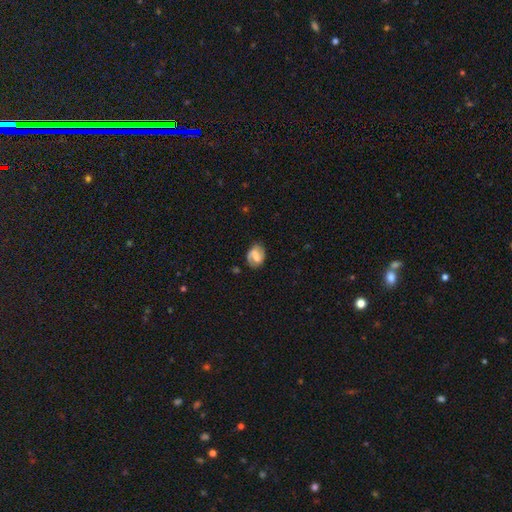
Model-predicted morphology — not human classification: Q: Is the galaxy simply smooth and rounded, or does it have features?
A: featured or disk — 59%.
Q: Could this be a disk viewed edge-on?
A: no — 96%.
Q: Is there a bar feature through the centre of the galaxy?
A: strong — 48%.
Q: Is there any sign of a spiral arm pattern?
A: yes — 79%.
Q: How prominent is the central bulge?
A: moderate — 34%.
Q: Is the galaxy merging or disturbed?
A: none — 76%.